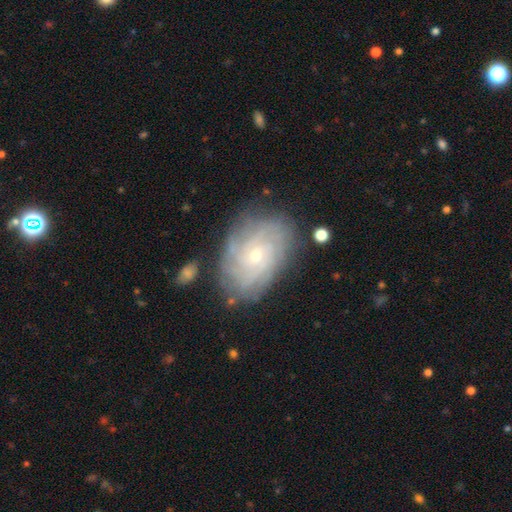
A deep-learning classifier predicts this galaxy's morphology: The model was most divided on "spiral arm count": can't tell: 44%, 4: 19%, more than 4: 14%, 3: 10%, 2: 8%, 1: 5%. More confident: edge-on disk — no (96%); spiral arms — yes (92%); smooth or featured — featured or disk (78%); merging — none (78%); bar — no (76%); spiral winding — tight (72%); bulge size — small (68%).